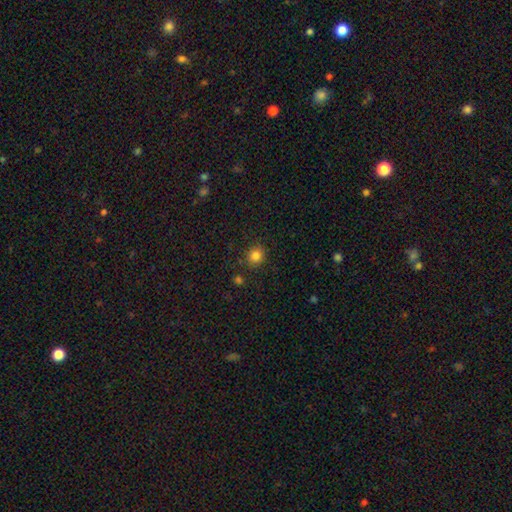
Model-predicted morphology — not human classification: A smooth galaxy with no disk features (83%) that is round (80%).

Vote fractions:
- Smooth or featured? smooth: 83% / star or artifact: 12% / featured or disk: 5%
- How rounded? round: 80% / in between: 19% / cigar-shaped: 1%
- Merging? none: 85% / minor disturbance: 9% / merger: 3% / major disturbance: 3%